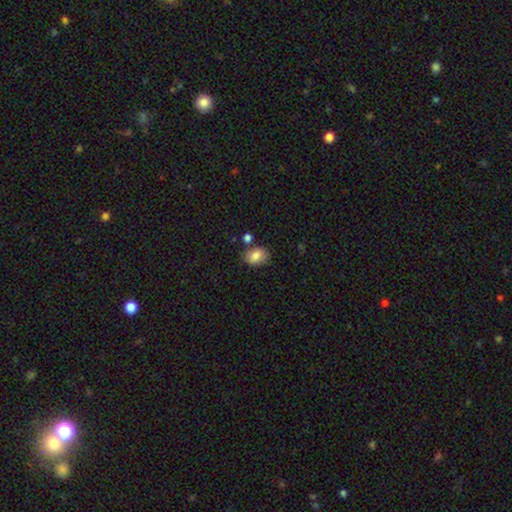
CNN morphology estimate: Smooth or featured? smooth (84%)
How rounded? in between (70%)
Merging? none (73%)